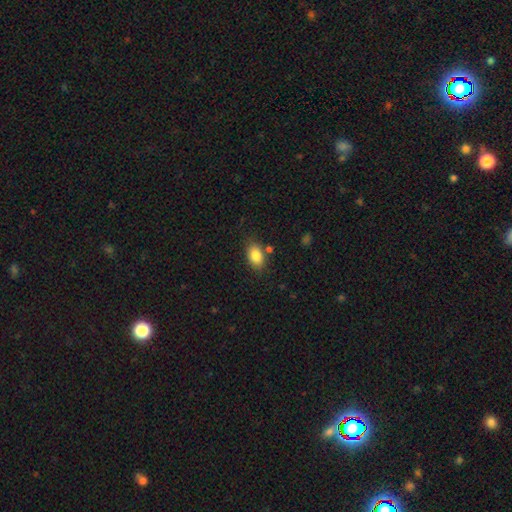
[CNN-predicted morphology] smooth_or_featured: smooth (p=0.85) [alt: star or artifact p=0.08]
how_rounded: in between (p=0.87) [alt: round p=0.11]
merging: none (p=0.77) [alt: minor disturbance p=0.13]